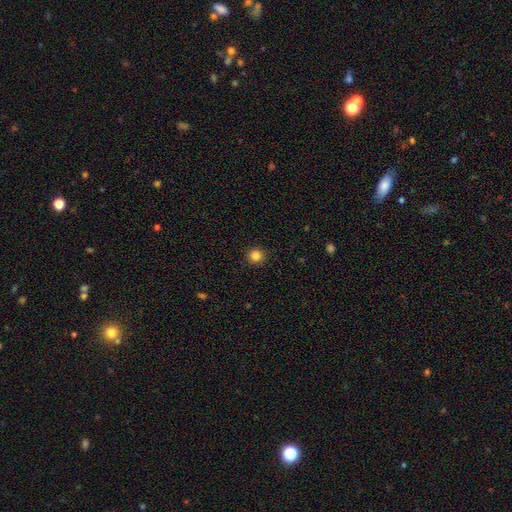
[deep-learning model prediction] smooth_or_featured: smooth (p=0.84) [alt: star or artifact p=0.12]
how_rounded: round (p=0.93) [alt: in between p=0.06]
merging: none (p=0.92) [alt: minor disturbance p=0.06]